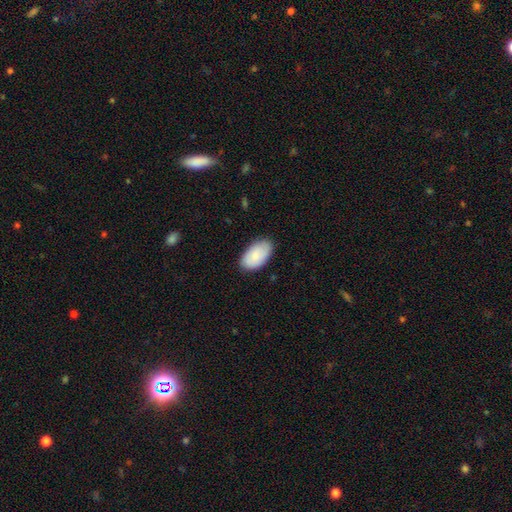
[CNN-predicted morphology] The model was most divided on "merging": none: 81%, minor disturbance: 15%, major disturbance: 2%, merger: 1%. More confident: how rounded — in between (95%); smooth or featured — smooth (82%).